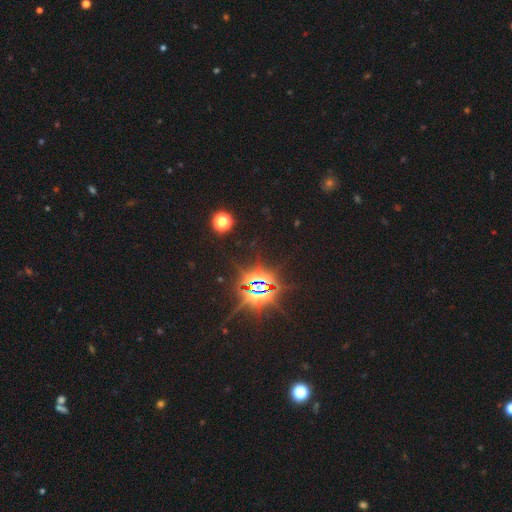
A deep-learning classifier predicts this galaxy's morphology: A star or artifact, not a galaxy (85%).